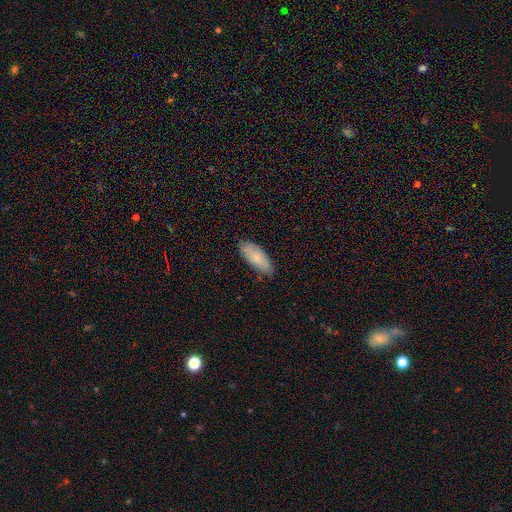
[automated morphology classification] smooth 76%, featured or disk 18%, star or artifact 6%. Down the decision tree: how rounded — in between (80%); merging — none (79%).